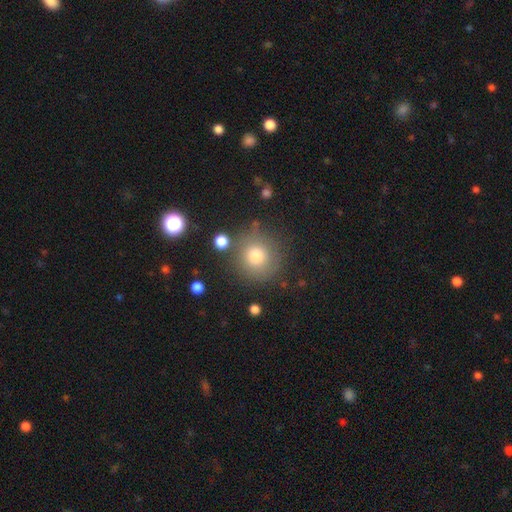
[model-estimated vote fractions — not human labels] smooth_or_featured: smooth (p=0.75) [alt: star or artifact p=0.14]
how_rounded: round (p=0.93) [alt: in between p=0.06]
merging: none (p=0.82) [alt: minor disturbance p=0.10]